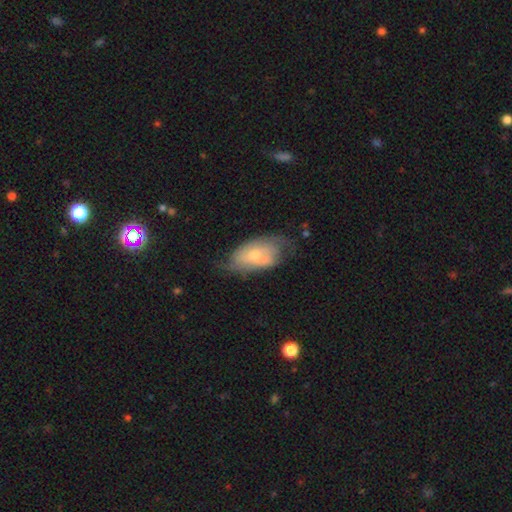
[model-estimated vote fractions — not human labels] Morphology: type=featured or disk (51%); edge-on=no (92%); merging=none (45%).